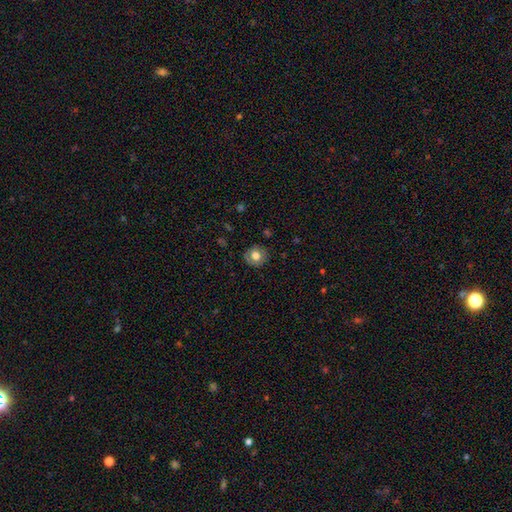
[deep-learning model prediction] The model was most divided on "smooth or featured": smooth: 71%, featured or disk: 20%, star or artifact: 9%. More confident: how rounded — round (84%); merging — none (83%).